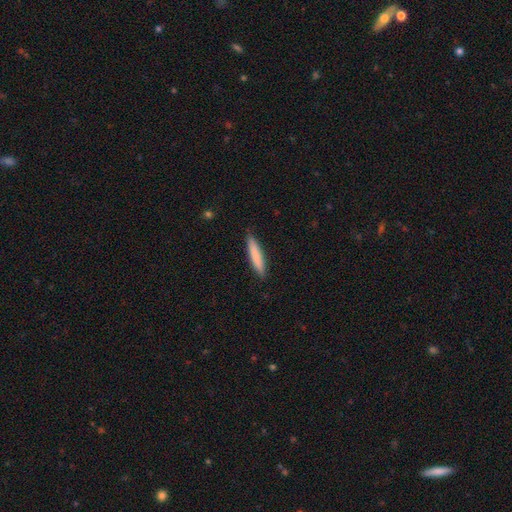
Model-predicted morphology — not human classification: Smooth or featured? Predicted: smooth (p=0.79). How rounded? Predicted: cigar-shaped (p=0.92). Merging? Predicted: none (p=0.89).